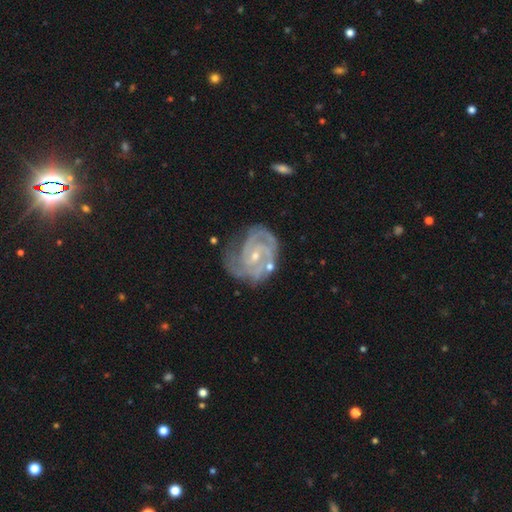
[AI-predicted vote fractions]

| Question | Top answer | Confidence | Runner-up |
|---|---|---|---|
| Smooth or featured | featured or disk | 90% | star or artifact (5%) |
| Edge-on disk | no | 98% | yes (2%) |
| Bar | no | 53% | weak (38%) |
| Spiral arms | yes | 98% | no (2%) |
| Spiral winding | tight | 65% | medium (30%) |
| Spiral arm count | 3 | 34% | tied: 2 (34%) |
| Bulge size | small | 69% | moderate (27%) |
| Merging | none | 62% | minor disturbance (23%) |